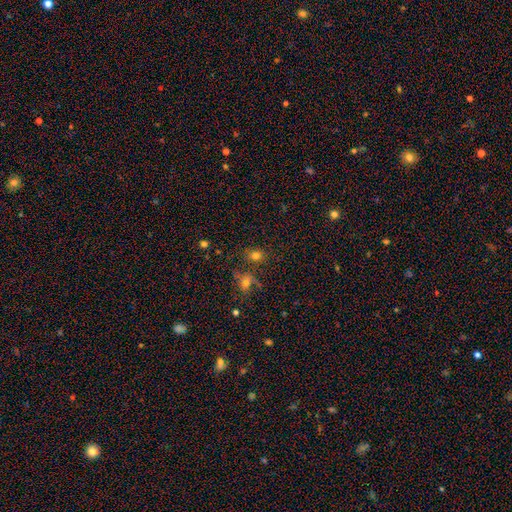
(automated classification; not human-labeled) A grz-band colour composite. It shows a smooth galaxy with no disk features (76%) that is round (57%). Merging: none (72%).